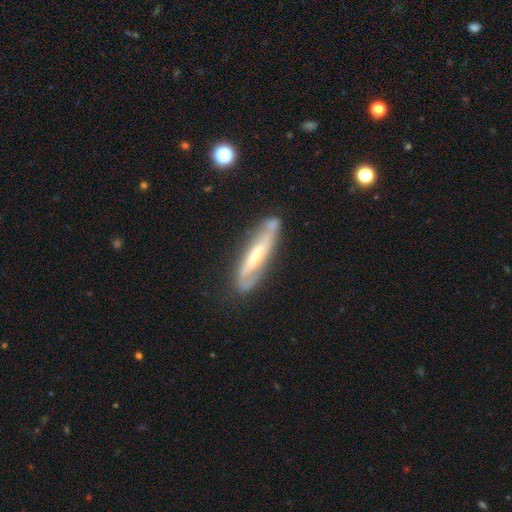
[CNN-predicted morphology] type=featured or disk (72%); edge-on=no (62%); merging=none (72%).